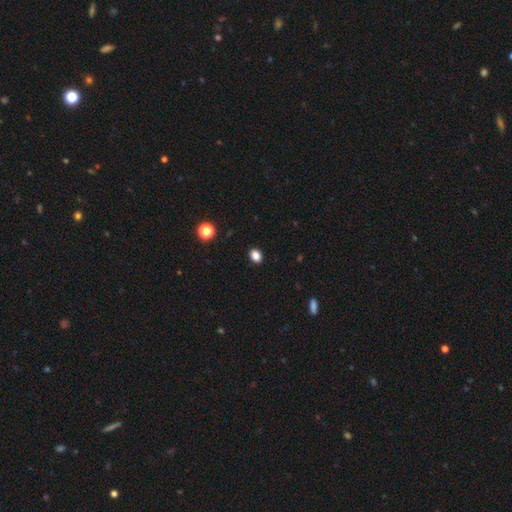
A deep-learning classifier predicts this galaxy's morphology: Smooth or featured? smooth (85%)
How rounded? in between (61%)
Merging? none (90%)